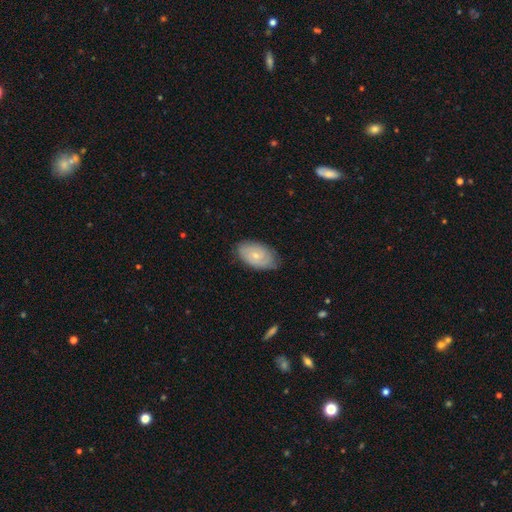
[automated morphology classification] Smooth or featured? smooth (49%)
Merging? none (74%)